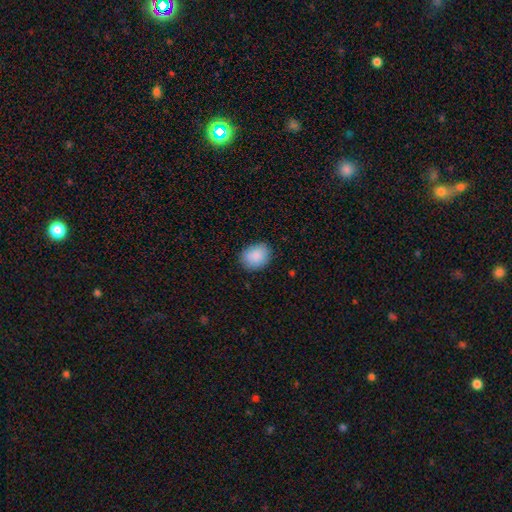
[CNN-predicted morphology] smooth 87%, star or artifact 7%, featured or disk 5%. Down the decision tree: how rounded — round (50%); merging — none (85%).